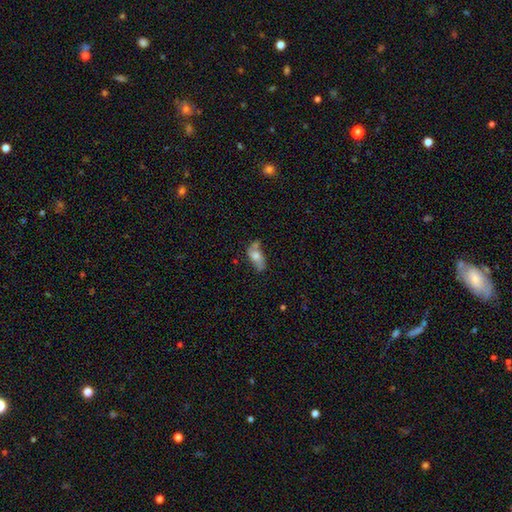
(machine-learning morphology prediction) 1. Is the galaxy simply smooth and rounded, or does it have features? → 50% featured or disk, 40% smooth, 10% star or artifact.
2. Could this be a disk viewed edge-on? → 84% no, 16% yes.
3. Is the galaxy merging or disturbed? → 53% none, 25% minor disturbance, 11% major disturbance, 11% merger.